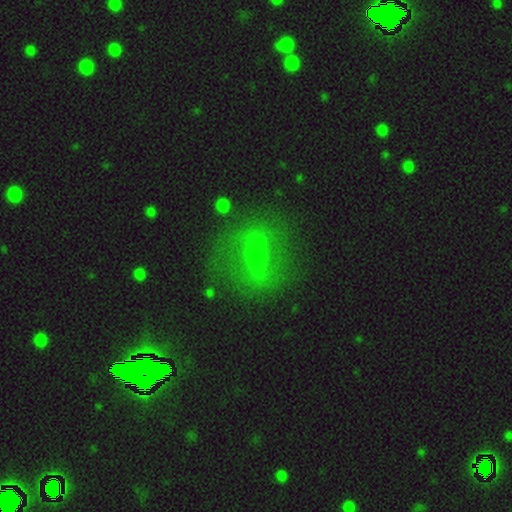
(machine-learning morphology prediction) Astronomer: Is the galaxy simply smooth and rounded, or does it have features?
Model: featured or disk — 49% (runner-up: smooth, 35%).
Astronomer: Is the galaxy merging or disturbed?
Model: none — 67%.